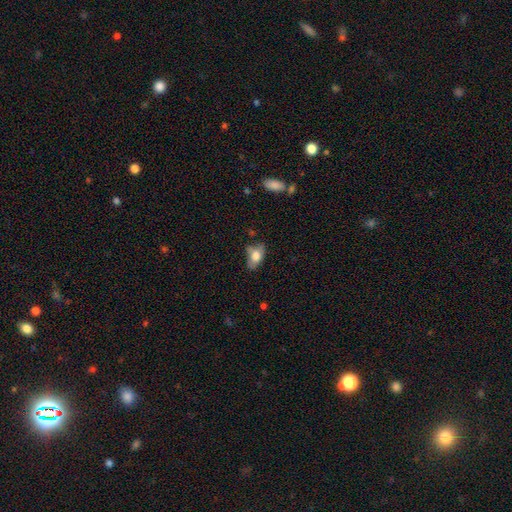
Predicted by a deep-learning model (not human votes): Smooth or featured? Predicted: smooth (p=0.71). How rounded? Predicted: in between (p=0.88). Merging? Predicted: none (p=0.51).